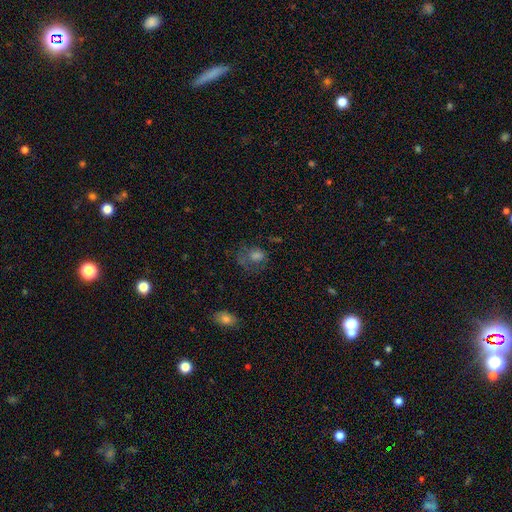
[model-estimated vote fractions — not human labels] Smooth or featured: smooth — 50% (featured or disk — 28%)
How rounded: round — 53% (in between — 45%)
Merging: none — 47% (major disturbance — 29%)